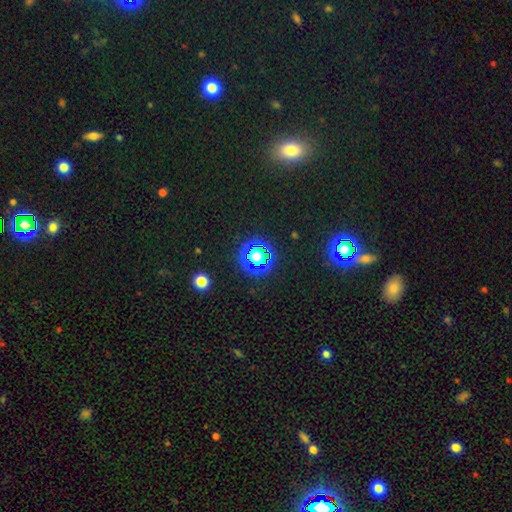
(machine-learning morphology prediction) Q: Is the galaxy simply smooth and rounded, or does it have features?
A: star or artifact — 62%.